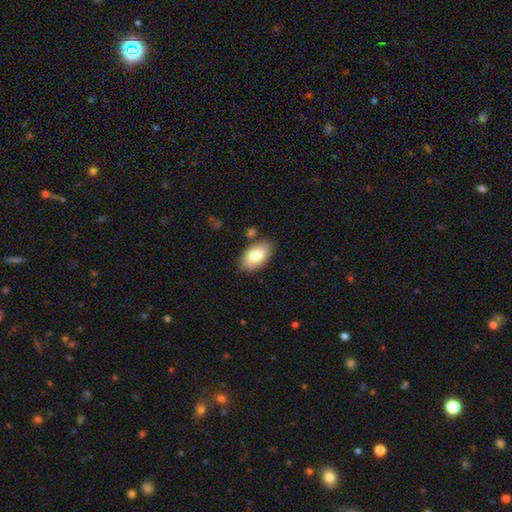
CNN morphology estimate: smooth-or-featured: smooth: 81% | featured or disk: 13% | star or artifact: 7%
  how-rounded: in between: 94% | round: 4% | cigar-shaped: 2%
  merging: none: 82% | minor disturbance: 12% | merger: 4% | major disturbance: 3%